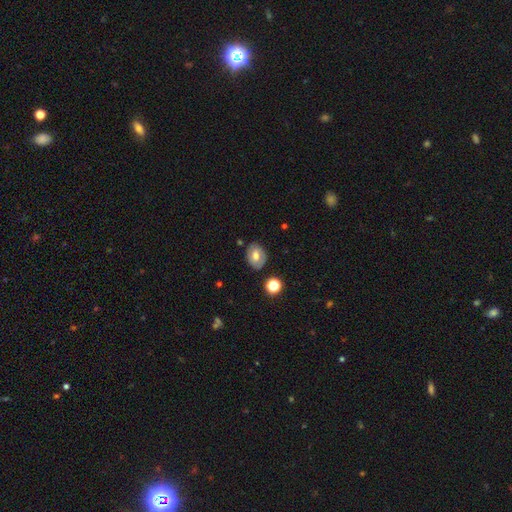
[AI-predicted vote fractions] Q: Smooth or featured?
A: smooth (54%); runner-up: featured or disk (36%)
Q: How rounded?
A: in between (64%); runner-up: round (35%)
Q: Merging?
A: none (80%); runner-up: minor disturbance (14%)